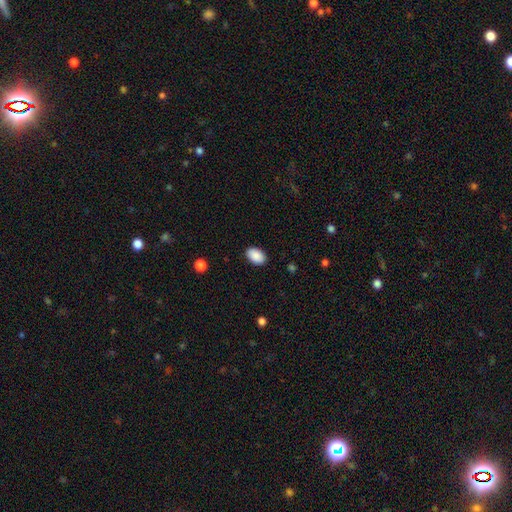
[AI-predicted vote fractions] A smooth galaxy with no disk features (90%) that is in between round and cigar-shaped (90%).

Vote fractions:
- Smooth or featured? smooth: 90% / star or artifact: 7% / featured or disk: 3%
- How rounded? in between: 90% / round: 9% / cigar-shaped: 1%
- Merging? none: 88% / minor disturbance: 9% / major disturbance: 2% / merger: 1%